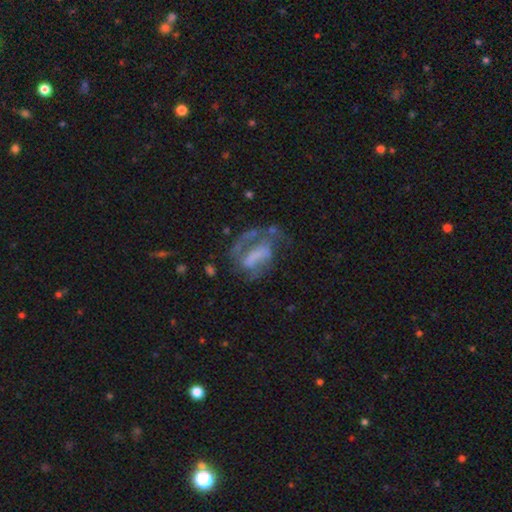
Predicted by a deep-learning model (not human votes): Overall: featured or disk (67%). Edge-on disk: no (96%). Bar: strong (35%; no 34%). Spiral arms: yes (66%; no 34%). Bulge size: none (55%; small 16%). Merging: major disturbance (44%; none 32%).